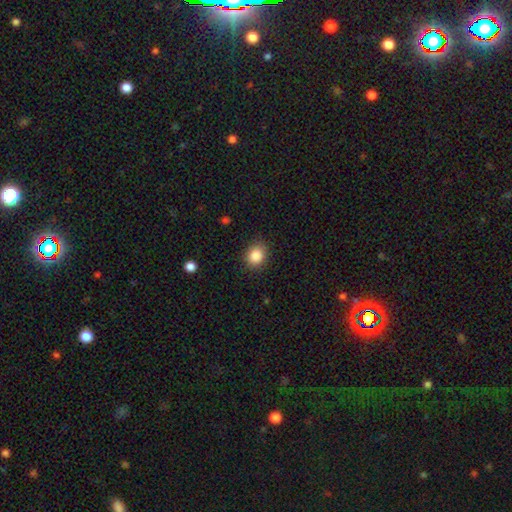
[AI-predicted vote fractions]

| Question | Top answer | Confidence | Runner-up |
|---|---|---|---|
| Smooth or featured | smooth | 86% | star or artifact (10%) |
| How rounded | round | 61% | in between (38%) |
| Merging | none | 85% | minor disturbance (11%) |